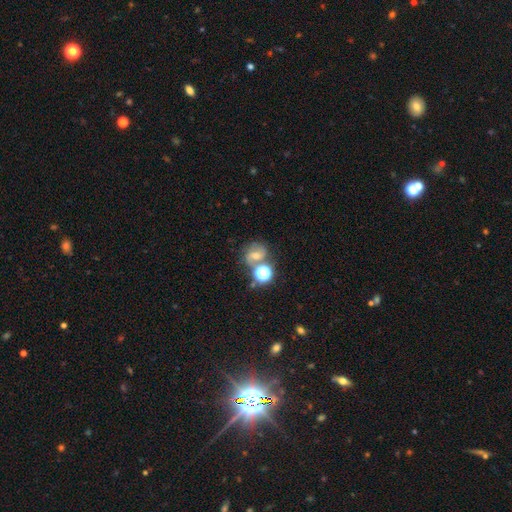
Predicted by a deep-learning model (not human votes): This is possibly a featured or disk galaxy (47%). Merging: possibly none (54%).